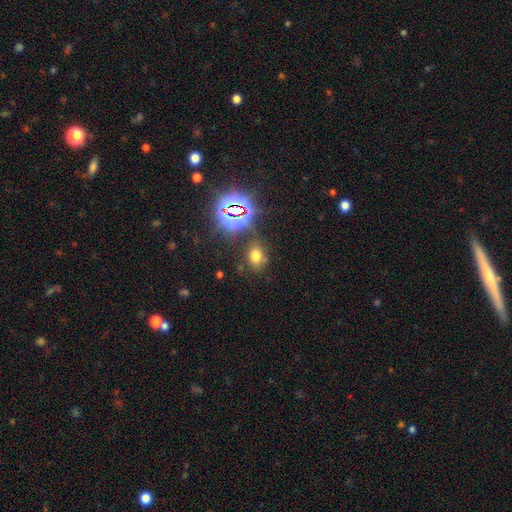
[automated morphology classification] Smooth or featured?
  - smooth: 61% *
  - star or artifact: 30%
  - featured or disk: 9%
How rounded?
  - in between: 67% *
  - round: 31%
  - cigar-shaped: 2%
Merging?
  - none: 75% *
  - minor disturbance: 14%
  - major disturbance: 6%
  - merger: 5%